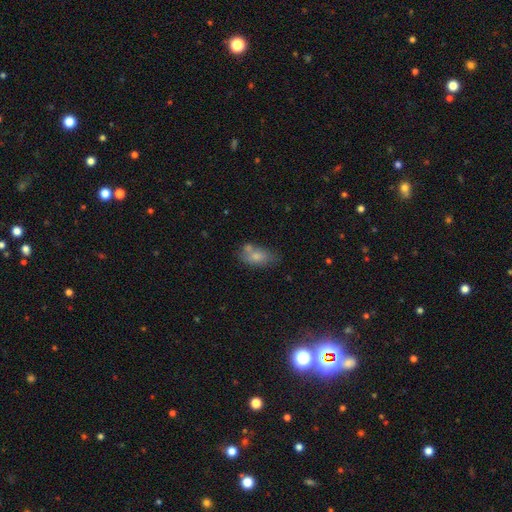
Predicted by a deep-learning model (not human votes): smooth-or-featured: smooth: 74% | featured or disk: 17% | star or artifact: 9%
  how-rounded: in between: 88% | round: 7% | cigar-shaped: 4%
  merging: none: 49% | merger: 22% | minor disturbance: 21% | major disturbance: 7%